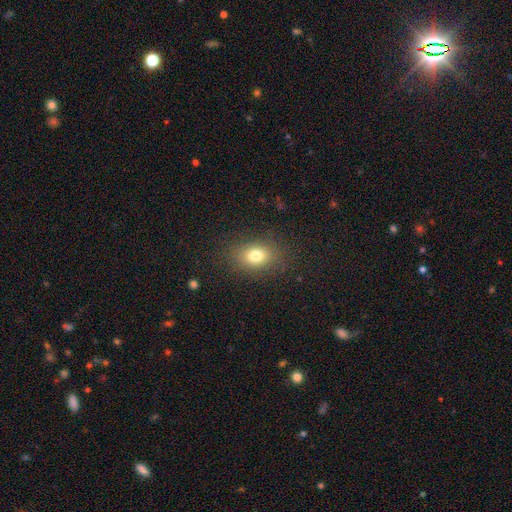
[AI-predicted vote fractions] Morphology: type=smooth (78%); roundness=in between (67%); merging=none (85%).